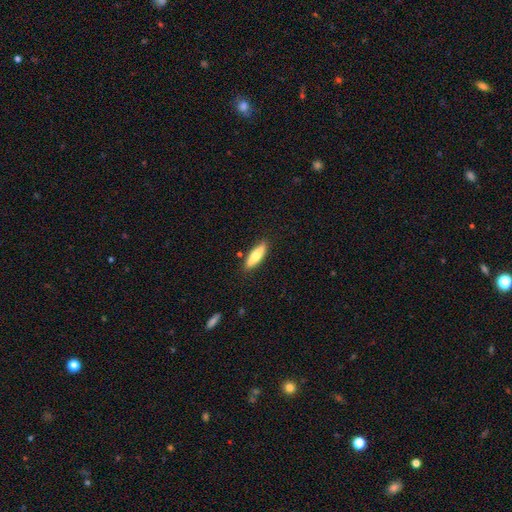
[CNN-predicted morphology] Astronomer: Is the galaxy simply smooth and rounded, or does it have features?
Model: smooth — 70%.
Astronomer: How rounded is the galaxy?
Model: cigar-shaped — 57% (runner-up: in between, 41%).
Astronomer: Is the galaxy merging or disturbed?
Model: none — 86%.